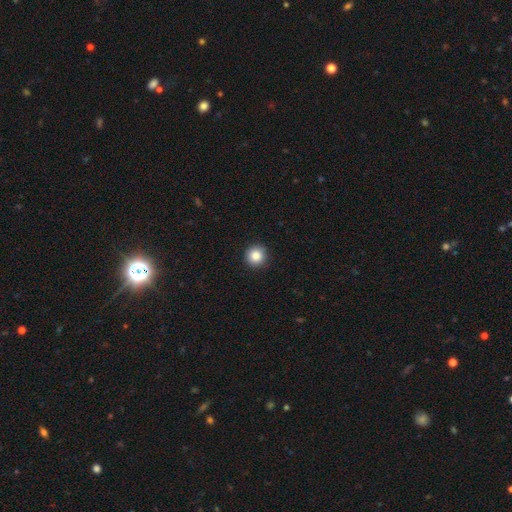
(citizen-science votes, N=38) Morphology: type=smooth (87%); roundness=round (100%); merging=none (88%).